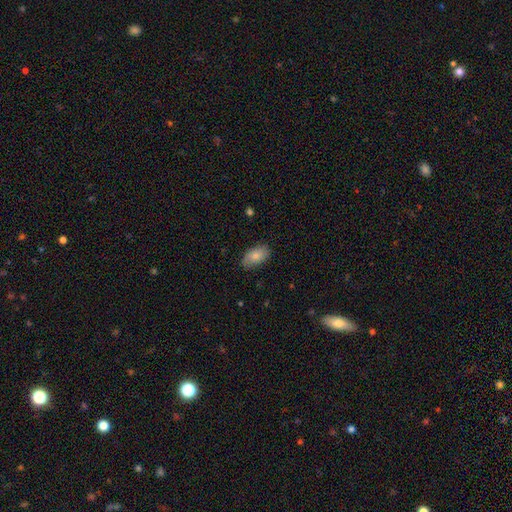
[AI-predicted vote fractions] Overall: smooth (78%). How rounded: in between (94%). Merging: none (81%).